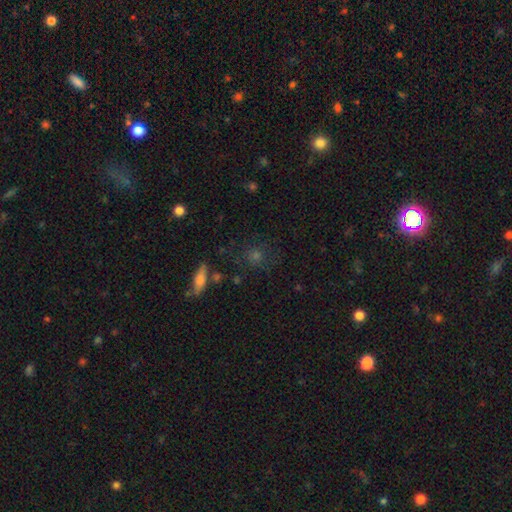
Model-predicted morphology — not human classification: Smooth or featured: smooth — 52% (star or artifact — 30%)
How rounded: round — 81% (in between — 16%)
Merging: none — 78% (minor disturbance — 13%)